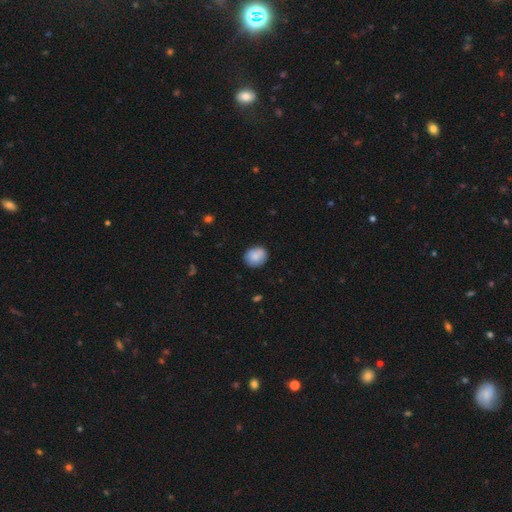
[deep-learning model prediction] This appears to be a smooth galaxy with no disk features (85%) that is round (71%). Merging: none (84%).